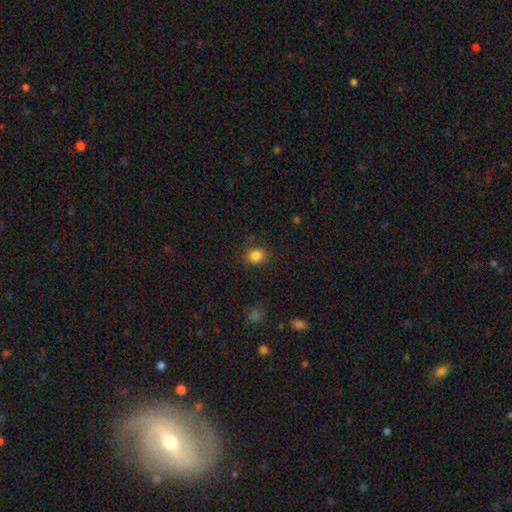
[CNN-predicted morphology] This appears to be a smooth galaxy with no disk features (84%) that is round (64%). Merging: none (81%).